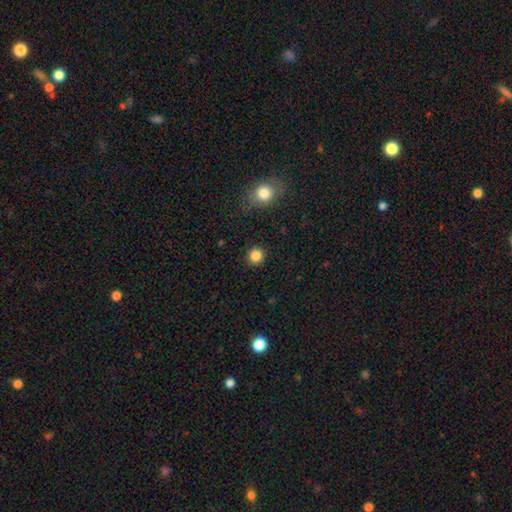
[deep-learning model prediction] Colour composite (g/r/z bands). It shows a smooth galaxy with no disk features (85%) that is round (89%). Merging: none (91%).